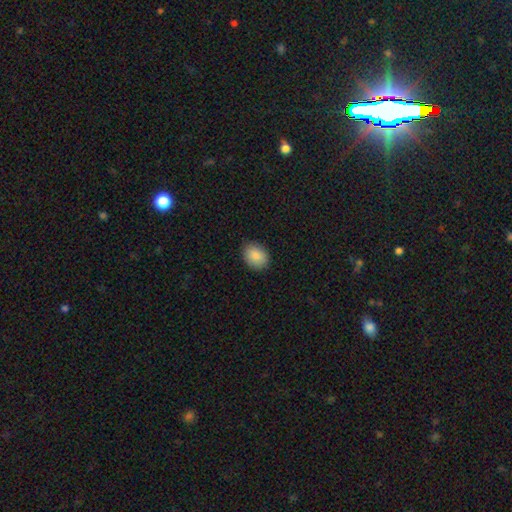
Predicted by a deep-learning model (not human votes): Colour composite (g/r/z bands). It shows a smooth galaxy with no disk features (88%) that is in between round and cigar-shaped (62%). Merging: none (85%).